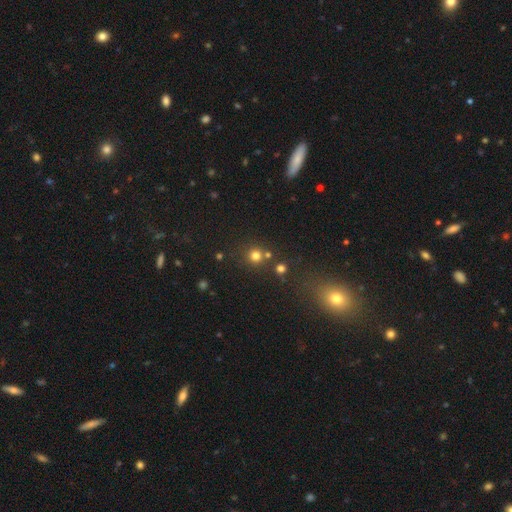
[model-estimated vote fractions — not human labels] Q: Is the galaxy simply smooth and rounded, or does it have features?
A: smooth — 75%.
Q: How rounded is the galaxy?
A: round — 92%.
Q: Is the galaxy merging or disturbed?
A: none — 73%.